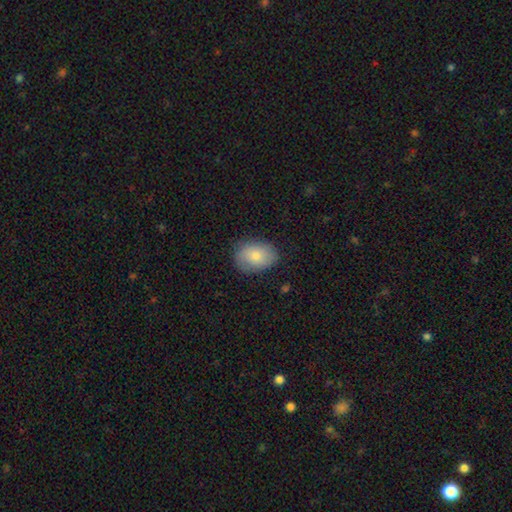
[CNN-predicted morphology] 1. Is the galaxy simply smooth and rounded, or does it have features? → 77% smooth, 16% featured or disk, 7% star or artifact.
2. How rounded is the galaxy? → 72% in between, 27% round, 1% cigar-shaped.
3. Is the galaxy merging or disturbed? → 79% none, 16% minor disturbance, 4% major disturbance, 1% merger.